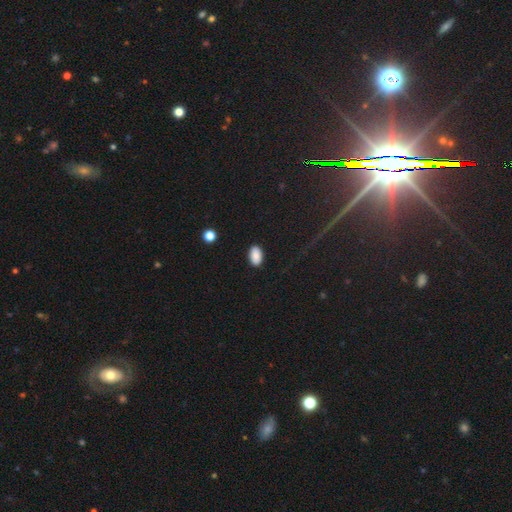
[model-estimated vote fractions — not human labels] smooth_or_featured: smooth (p=0.87) [alt: star or artifact p=0.08]
how_rounded: in between (p=0.93) [alt: round p=0.06]
merging: none (p=0.88) [alt: minor disturbance p=0.09]